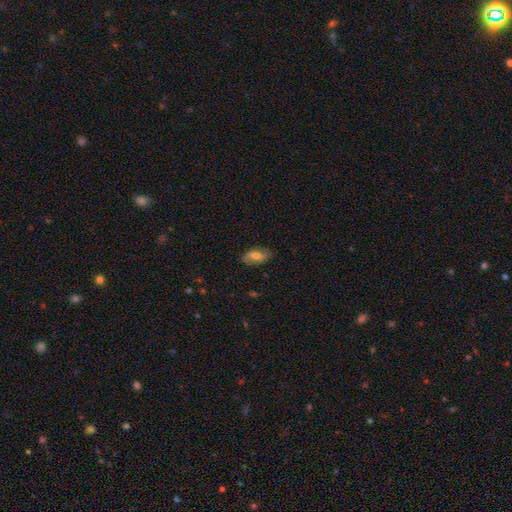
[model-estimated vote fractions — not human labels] A smooth galaxy with no disk features (56%) that is in between round and cigar-shaped (89%).

Vote fractions:
- Smooth or featured? smooth: 56% / featured or disk: 37% / star or artifact: 8%
- How rounded? in between: 89% / cigar-shaped: 6% / round: 5%
- Merging? none: 80% / minor disturbance: 15% / major disturbance: 4% / merger: 1%